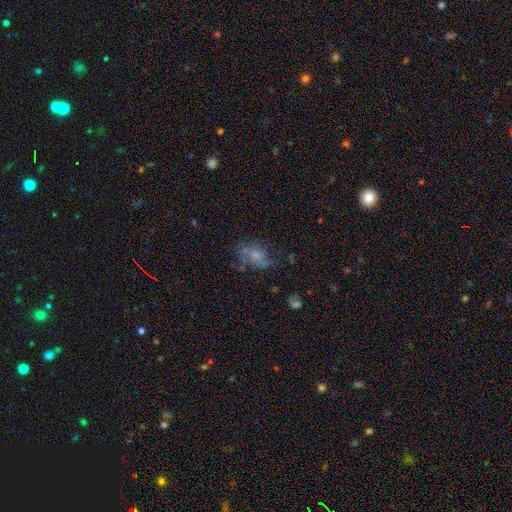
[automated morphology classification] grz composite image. It shows a smooth galaxy with no disk features (48%). Merging: none (44%).